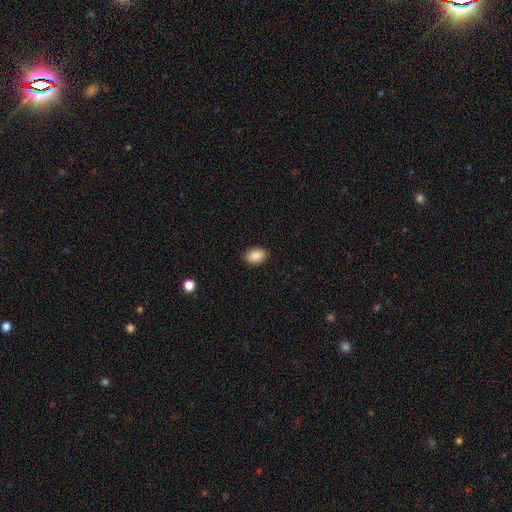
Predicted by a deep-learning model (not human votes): smooth-or-featured: smooth: 89% | star or artifact: 8% | featured or disk: 4%
  how-rounded: in between: 82% | round: 17% | cigar-shaped: 1%
  merging: none: 89% | minor disturbance: 8% | major disturbance: 2% | merger: 1%